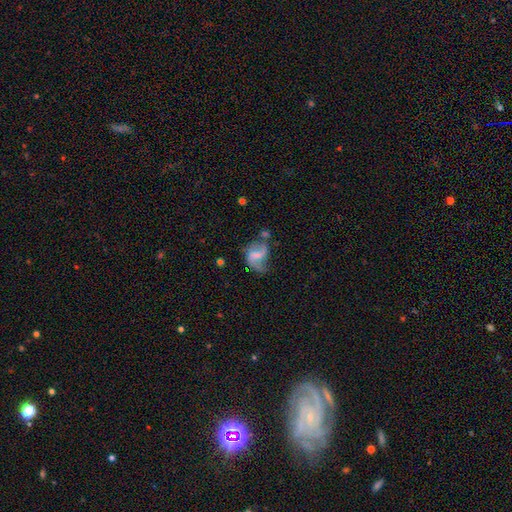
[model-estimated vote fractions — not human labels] This is possibly a featured or disk galaxy (58%). It is clearly not viewed edge-on (97%). Bar: possibly weak (49%). Spiral arm pattern: likely yes (79%). Central bulge: marginally small (34%). Merging: marginally none (36%).